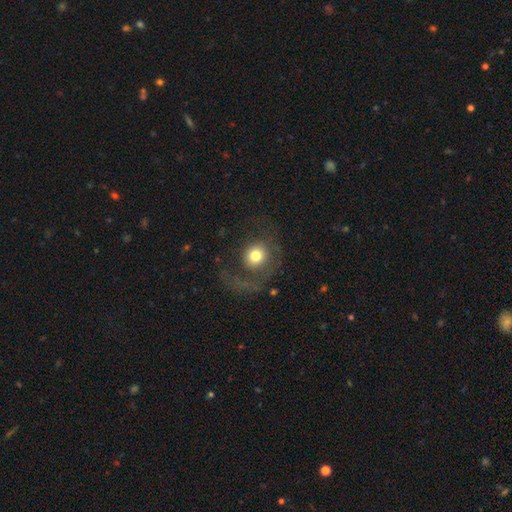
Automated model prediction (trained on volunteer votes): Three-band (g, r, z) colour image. It shows a smooth galaxy with no disk features (62%) that is round (86%). Merging: major disturbance (42%).